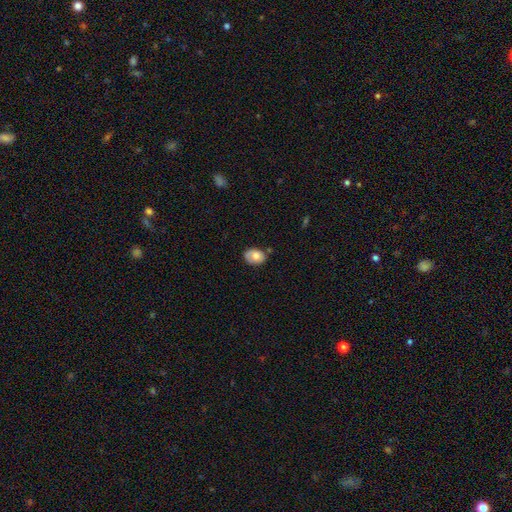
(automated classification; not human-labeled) This is likely a smooth galaxy (70%). How rounded: likely in between (70%). Merging: likely none (62%).